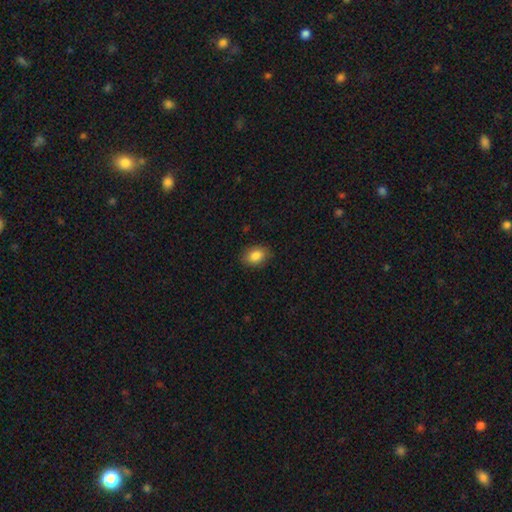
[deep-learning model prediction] A smooth galaxy with no disk features (86%) that is in between round and cigar-shaped (74%). Merging: none (86%).